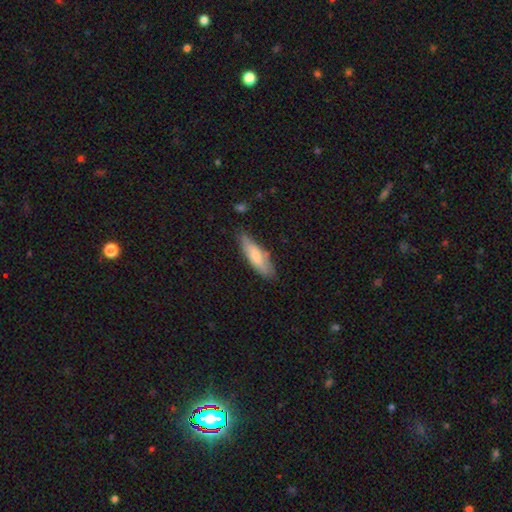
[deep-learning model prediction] Q: Smooth or featured?
A: smooth (73%); runner-up: featured or disk (22%)
Q: How rounded?
A: cigar-shaped (57%); runner-up: in between (41%)
Q: Merging?
A: none (72%); runner-up: minor disturbance (21%)